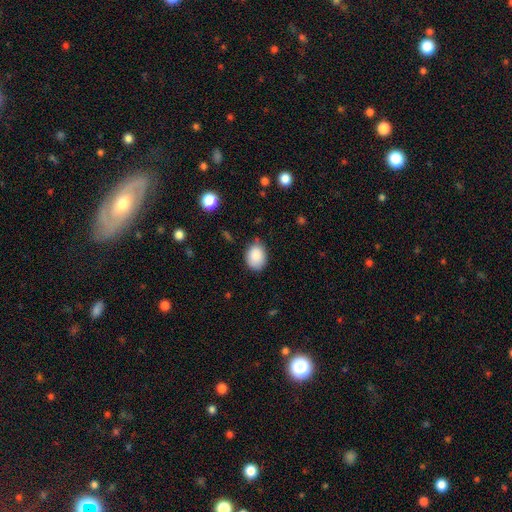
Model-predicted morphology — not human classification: Smooth or featured? Predicted: smooth (p=0.87). How rounded? Predicted: in between (p=0.65). Merging? Predicted: none (p=0.71).